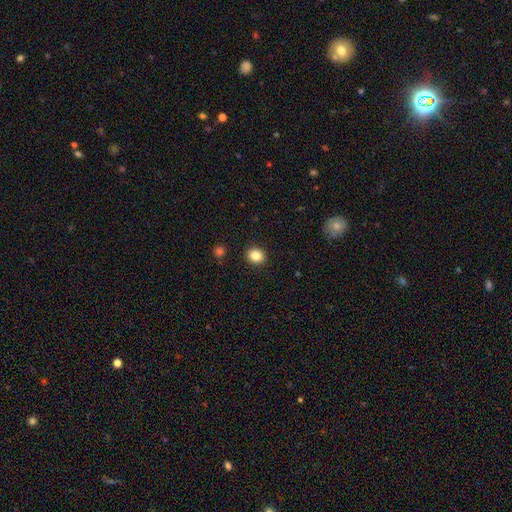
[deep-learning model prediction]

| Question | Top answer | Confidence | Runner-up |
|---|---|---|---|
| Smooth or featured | smooth | 84% | star or artifact (10%) |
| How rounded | round | 74% | in between (25%) |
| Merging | none | 91% | minor disturbance (6%) |